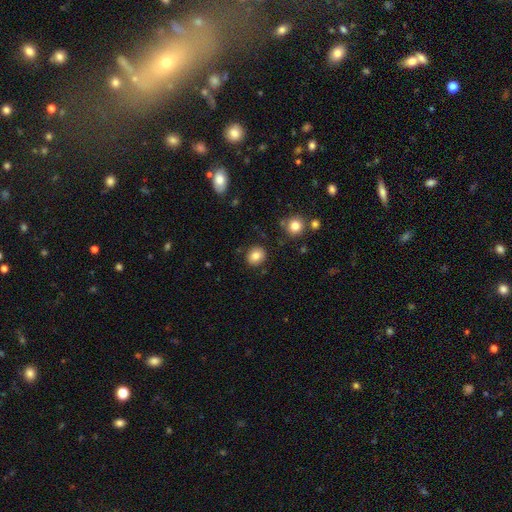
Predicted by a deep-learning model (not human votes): Q: Smooth or featured?
A: smooth (83%); runner-up: star or artifact (10%)
Q: How rounded?
A: round (78%); runner-up: in between (21%)
Q: Merging?
A: none (88%); runner-up: minor disturbance (8%)